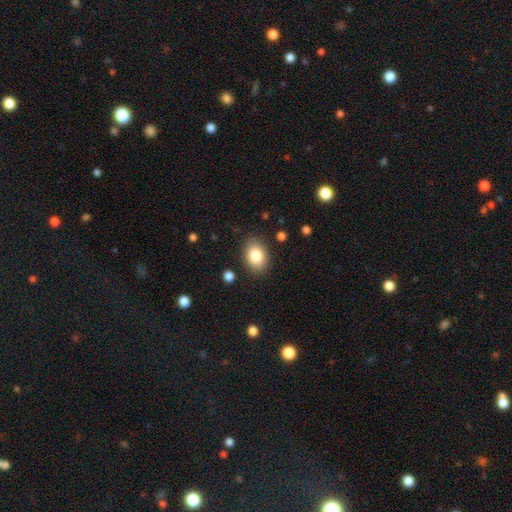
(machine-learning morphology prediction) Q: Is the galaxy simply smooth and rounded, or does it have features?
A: smooth — 84%.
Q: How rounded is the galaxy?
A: in between — 78%.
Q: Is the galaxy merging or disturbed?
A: none — 87%.